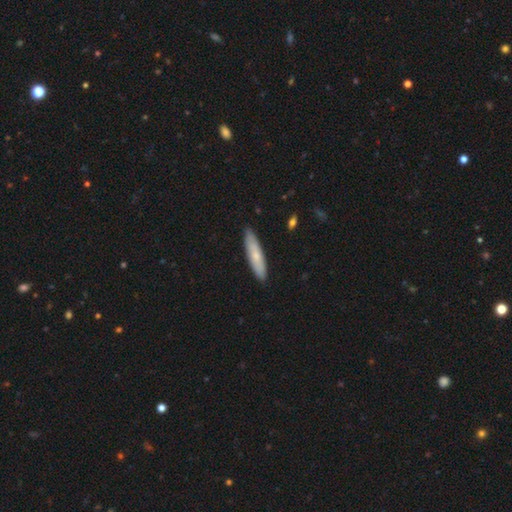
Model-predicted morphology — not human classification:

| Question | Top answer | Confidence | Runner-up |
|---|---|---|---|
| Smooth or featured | smooth | 68% | featured or disk (27%) |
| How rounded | cigar-shaped | 83% | in between (16%) |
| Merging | none | 89% | minor disturbance (9%) |